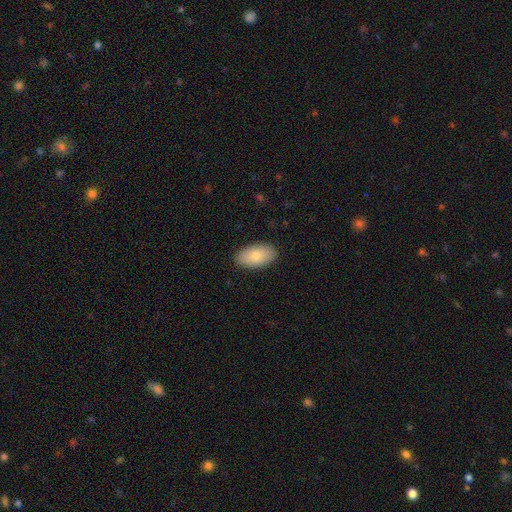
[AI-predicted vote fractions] A smooth galaxy with no disk features (81%) that is in between round and cigar-shaped (95%). Merging: none (88%).